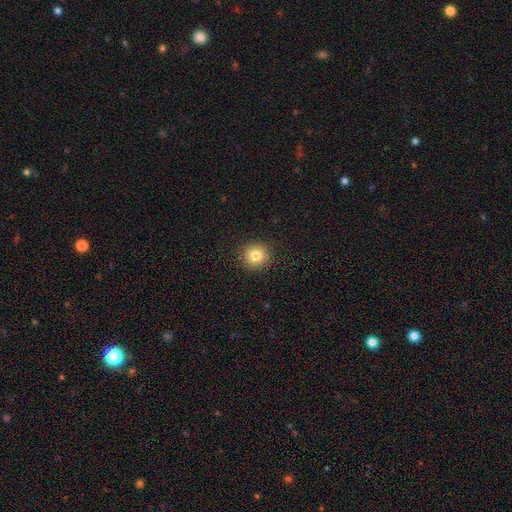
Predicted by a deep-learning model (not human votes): This is clearly a smooth galaxy (82%). How rounded: clearly round (91%). Merging: clearly none (91%).